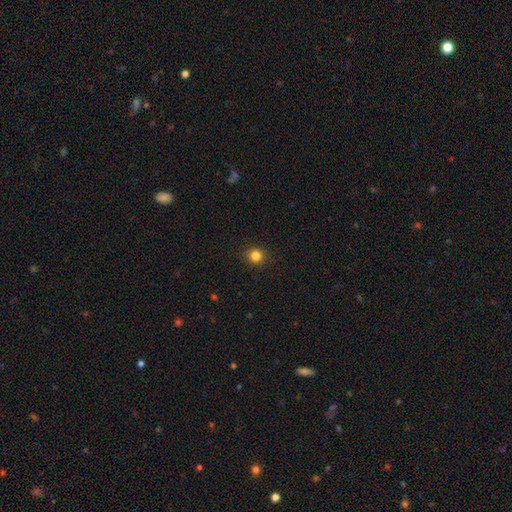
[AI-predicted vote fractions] Overall: smooth (83%). How rounded: round (91%). Merging: none (91%).